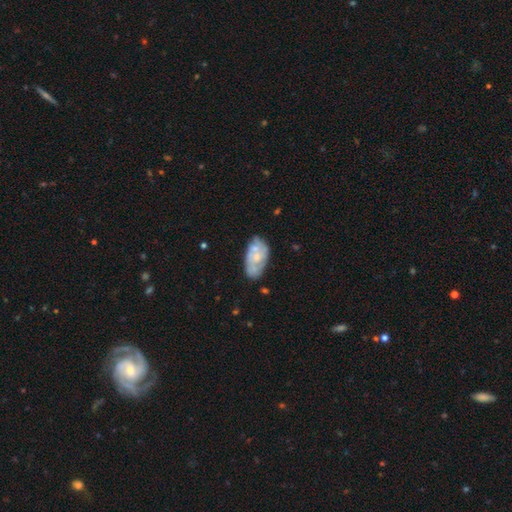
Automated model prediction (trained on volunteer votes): featured or disk 57%, smooth 37%, star or artifact 6%. Down the decision tree: edge-on disk — no (95%); bar — no (83%); spiral arms — no (51%); bulge size — small (42%); merging — none (59%).